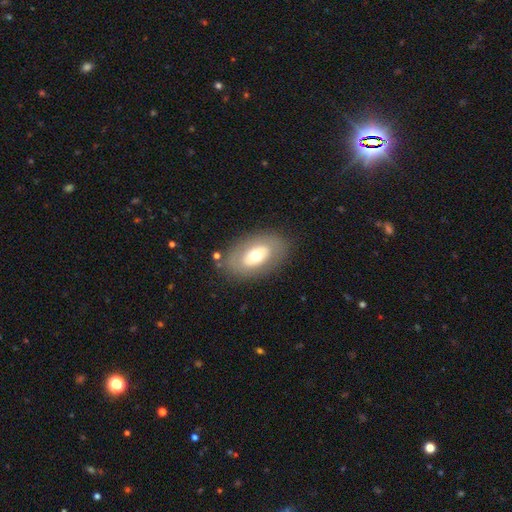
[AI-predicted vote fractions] Smooth or featured? Predicted: smooth (p=0.51). How rounded? Predicted: in between (p=0.88). Merging? Predicted: none (p=0.81).